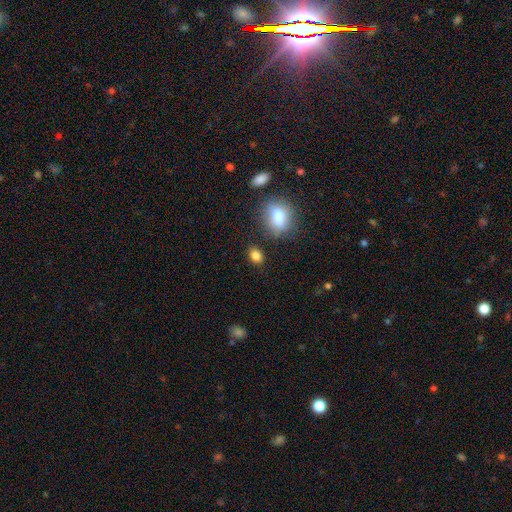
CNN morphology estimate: A smooth galaxy with no disk features (84%) that is in between round and cigar-shaped (70%). Merging: none (81%).